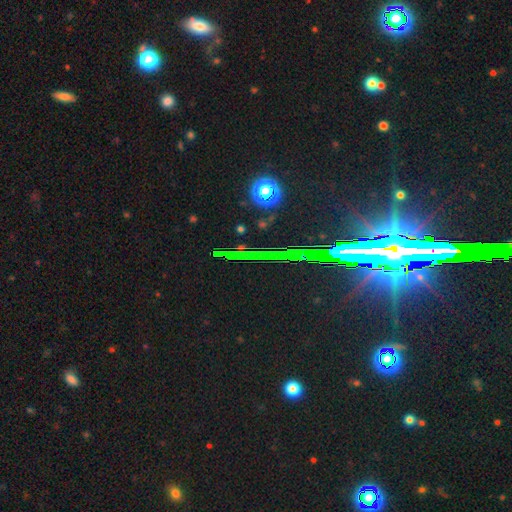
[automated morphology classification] Overall: star or artifact (80%).